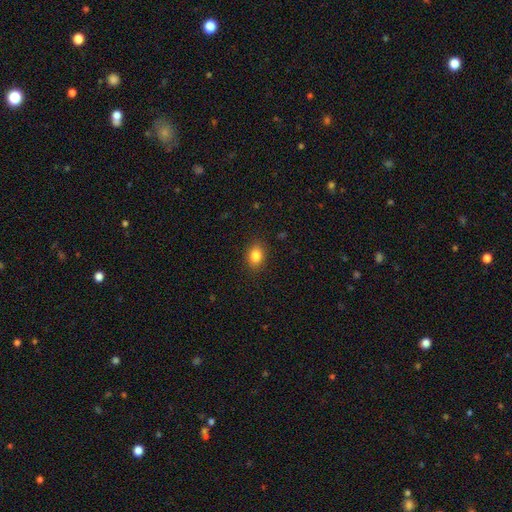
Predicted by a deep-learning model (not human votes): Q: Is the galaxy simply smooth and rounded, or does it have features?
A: smooth — 85%.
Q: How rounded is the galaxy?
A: in between — 62%.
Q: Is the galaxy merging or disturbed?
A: none — 88%.